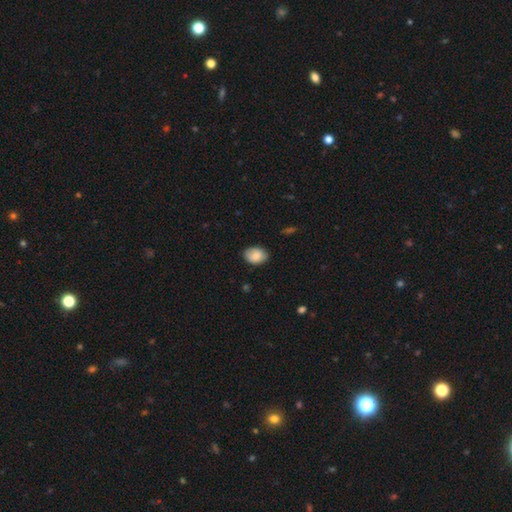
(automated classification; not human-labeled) smooth 85%, featured or disk 8%, star or artifact 7%. Down the decision tree: how rounded — in between (73%); merging — none (81%).